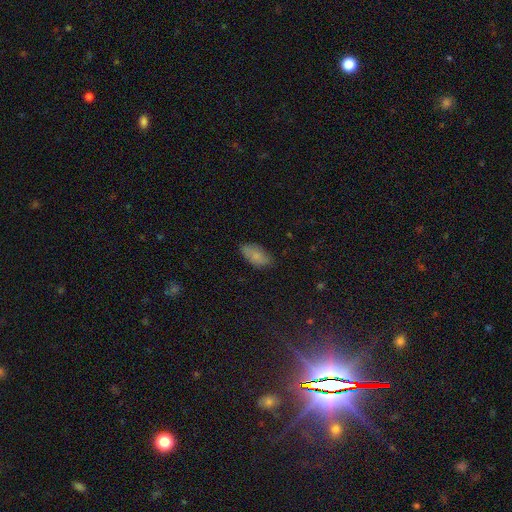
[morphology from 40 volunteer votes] type=smooth (85%); roundness=in between (94%); merging=none (71%).